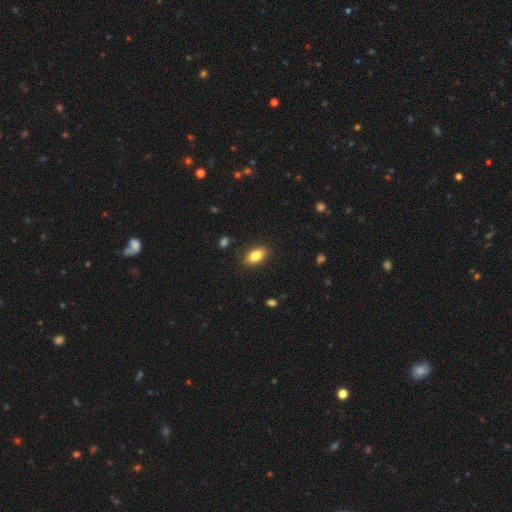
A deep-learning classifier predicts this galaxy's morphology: type=smooth (85%); roundness=in between (90%); merging=none (86%).